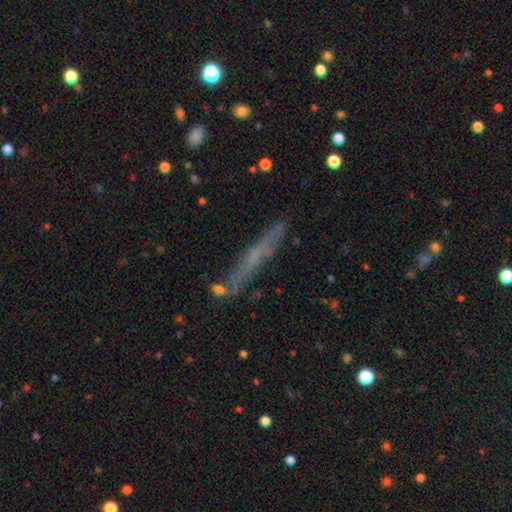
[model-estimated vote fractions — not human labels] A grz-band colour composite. It shows a featured or disk galaxy (45%). Merging: none (78%).